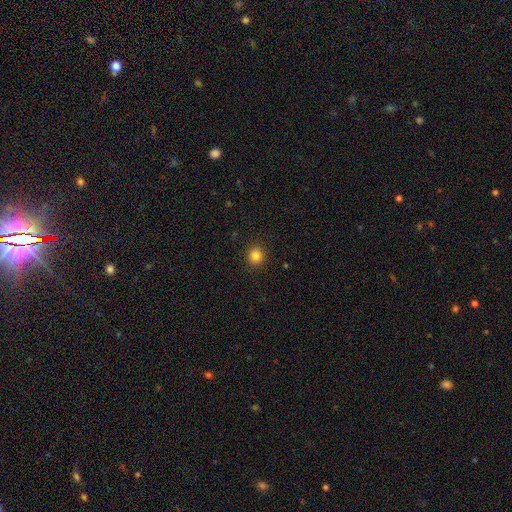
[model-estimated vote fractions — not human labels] This appears to be a smooth galaxy with no disk features (83%) that is round (92%). Merging: none (92%).